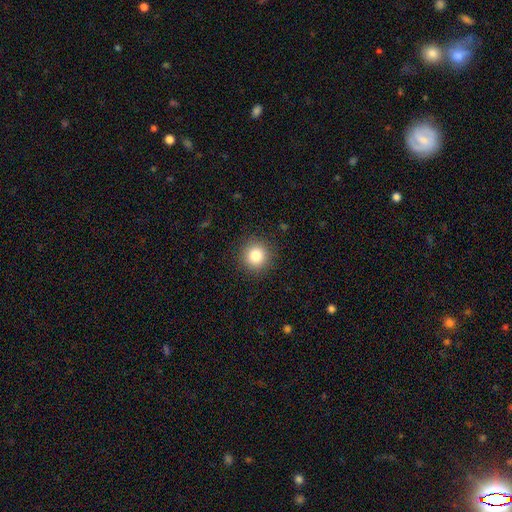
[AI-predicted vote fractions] Smooth or featured?
  - smooth: 84% *
  - star or artifact: 10%
  - featured or disk: 6%
How rounded?
  - round: 93% *
  - in between: 6%
  - cigar-shaped: 1%
Merging?
  - none: 91% *
  - minor disturbance: 6%
  - major disturbance: 2%
  - merger: 1%